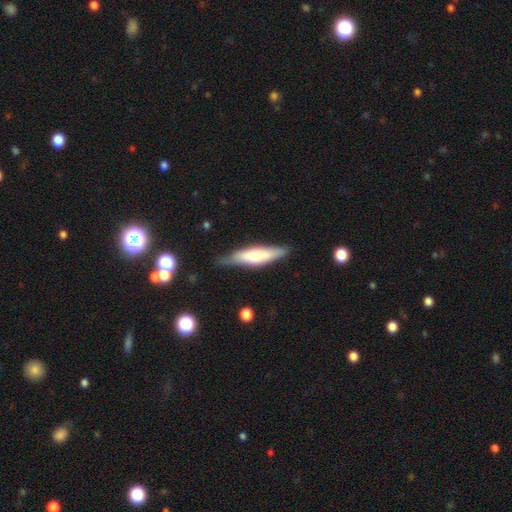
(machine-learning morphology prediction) Smooth or featured? Predicted: smooth (p=0.57). How rounded? Predicted: cigar-shaped (p=0.68). Merging? Predicted: none (p=0.74).